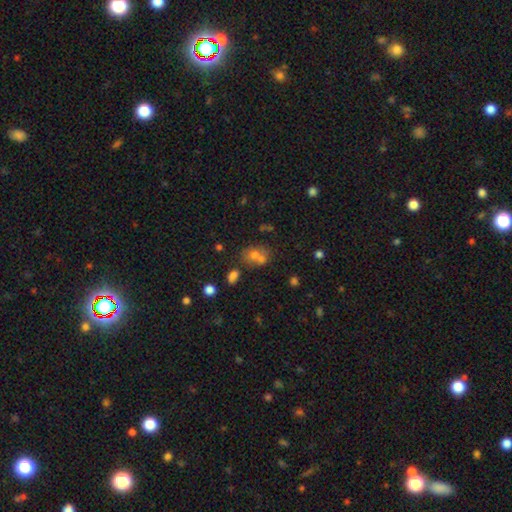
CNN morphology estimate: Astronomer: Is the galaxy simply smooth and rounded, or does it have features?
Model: smooth — 65%.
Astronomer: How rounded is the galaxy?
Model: round — 51% (runner-up: in between, 47%).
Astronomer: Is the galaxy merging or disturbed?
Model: merger — 50% (runner-up: none, 36%).